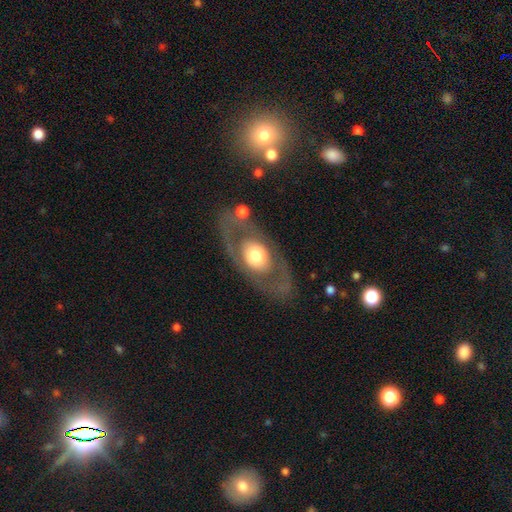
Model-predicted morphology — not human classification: smooth_or_featured: featured or disk (p=0.56) [alt: smooth p=0.39]
disk_edge_on: no (p=0.87) [alt: yes p=0.13]
merging: none (p=0.75) [alt: minor disturbance p=0.12]